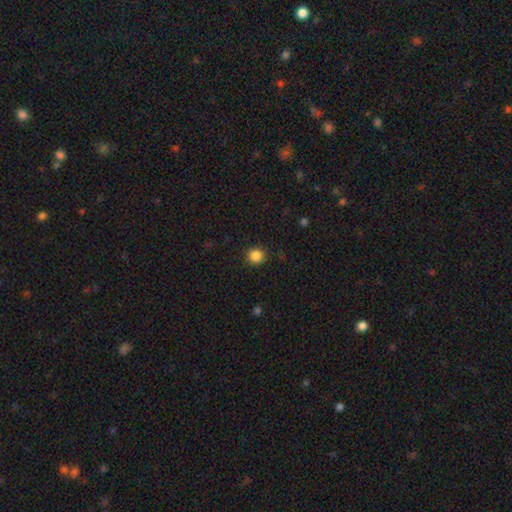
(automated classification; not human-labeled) smooth 86%, star or artifact 11%, featured or disk 3%. Down the decision tree: how rounded — round (91%); merging — none (90%).